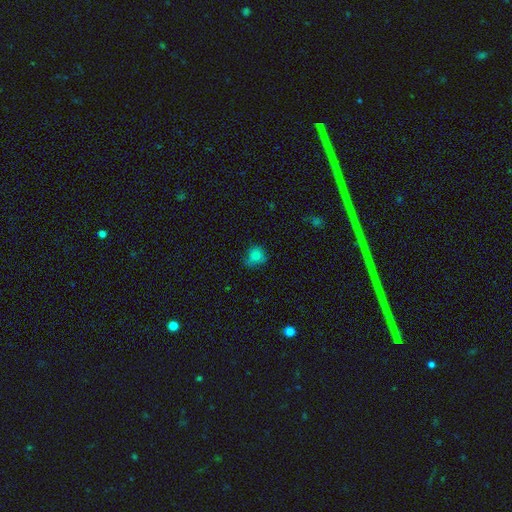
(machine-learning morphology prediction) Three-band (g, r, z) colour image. It shows a smooth galaxy with no disk features (79%) that is round (71%). Merging: none (60%).